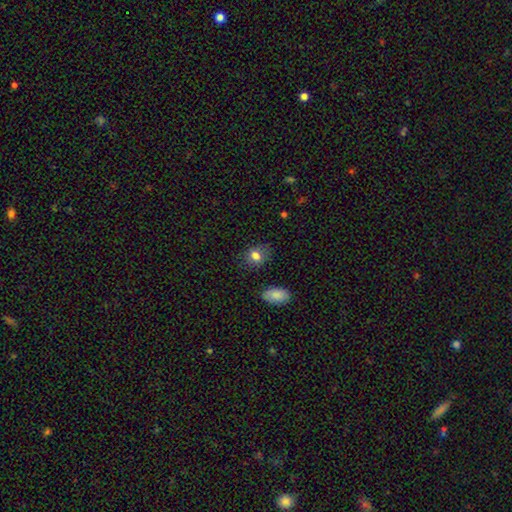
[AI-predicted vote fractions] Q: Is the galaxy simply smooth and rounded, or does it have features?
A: smooth — 80%.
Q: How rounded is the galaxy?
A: in between — 61%.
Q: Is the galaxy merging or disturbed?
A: none — 74%.